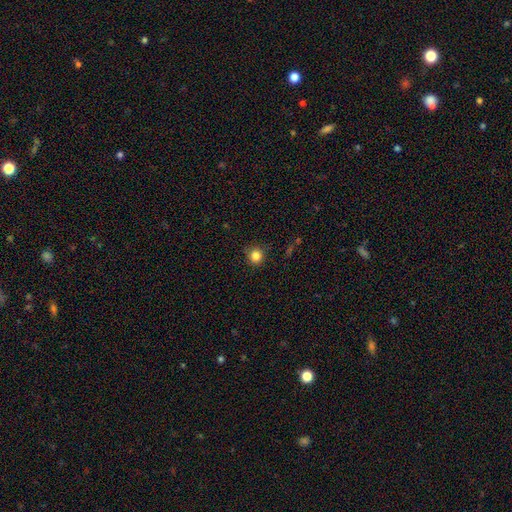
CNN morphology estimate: A smooth galaxy with no disk features (84%) that is round (91%). Merging: none (85%).